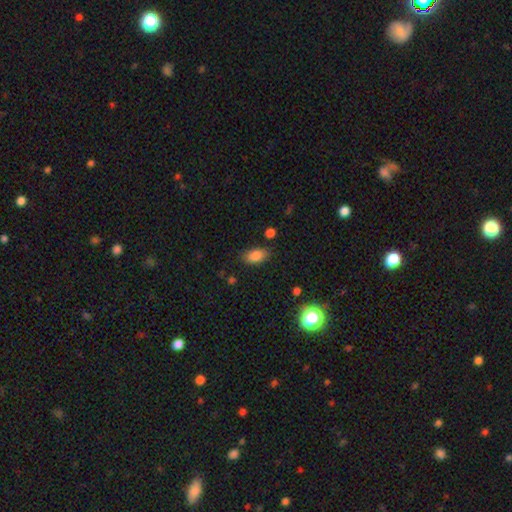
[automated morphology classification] smooth 84%, star or artifact 9%, featured or disk 6%. Down the decision tree: how rounded — in between (89%); merging — none (80%).